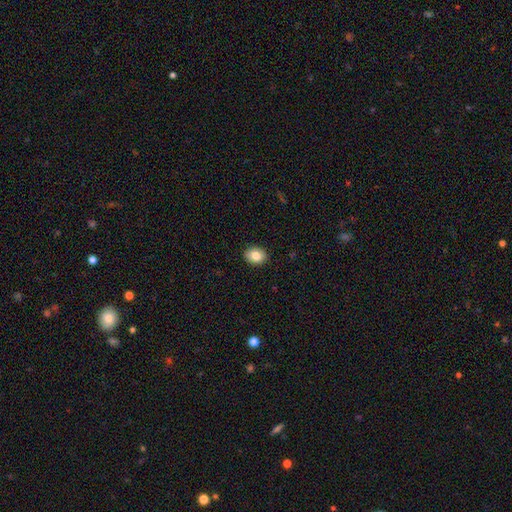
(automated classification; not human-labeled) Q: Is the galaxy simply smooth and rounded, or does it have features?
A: smooth — 82%.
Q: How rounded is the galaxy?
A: in between — 60%.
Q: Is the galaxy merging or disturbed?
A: none — 91%.